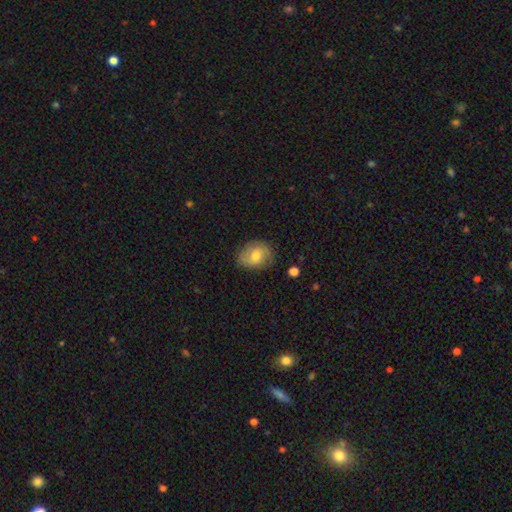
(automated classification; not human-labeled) Smooth or featured? Predicted: smooth (p=0.57). How rounded? Predicted: in between (p=0.54). Merging? Predicted: none (p=0.77).